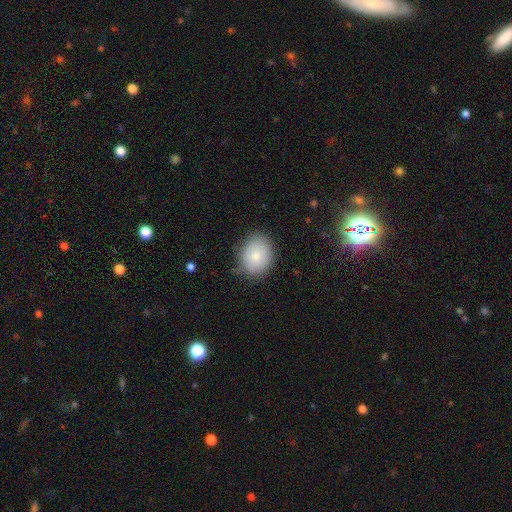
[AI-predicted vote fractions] Overall: smooth (77%). How rounded: in between (52%; round 47%). Merging: none (81%).